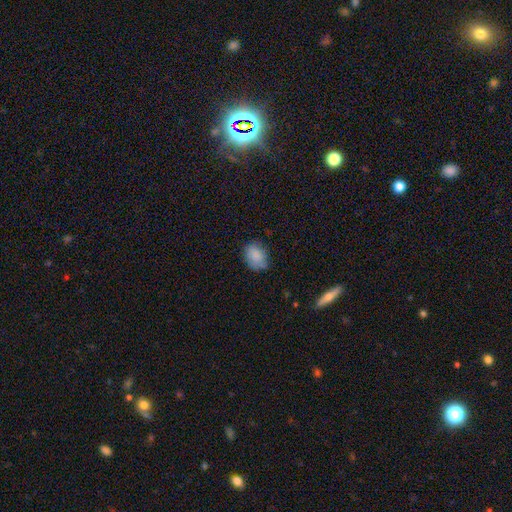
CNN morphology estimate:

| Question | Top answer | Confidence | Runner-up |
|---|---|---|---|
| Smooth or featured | smooth | 85% | star or artifact (8%) |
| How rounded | in between | 62% | round (37%) |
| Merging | none | 68% | minor disturbance (25%) |